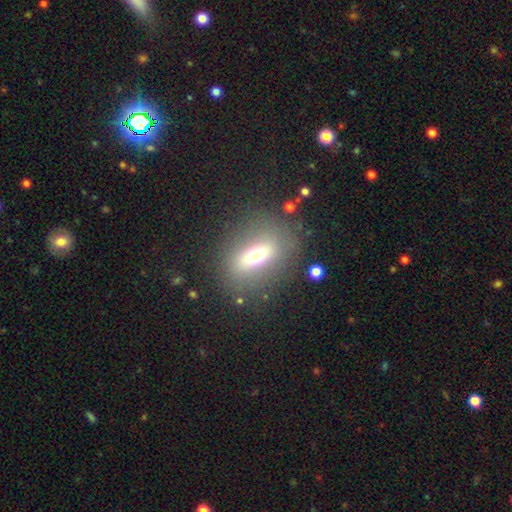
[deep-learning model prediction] This appears to be a smooth galaxy with no disk features (56%) that is in between round and cigar-shaped (61%). Merging: none (79%).